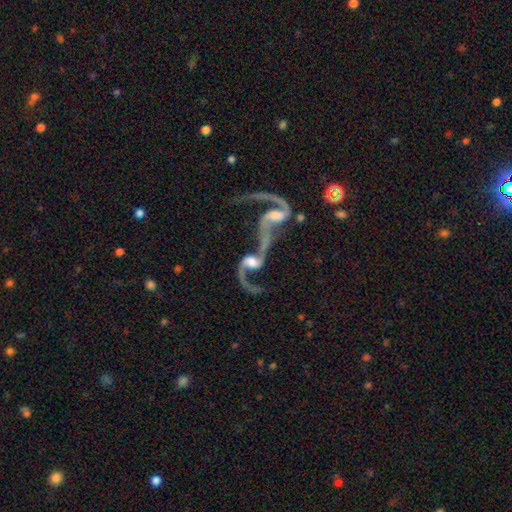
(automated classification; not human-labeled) Morphology: type=featured or disk (77%); edge-on=no (93%); bar=no (52%); spiral arms=yes (82%); winding=loose (81%); arm count=2 (67%); bulge=moderate (37%); merging=merger (59%).